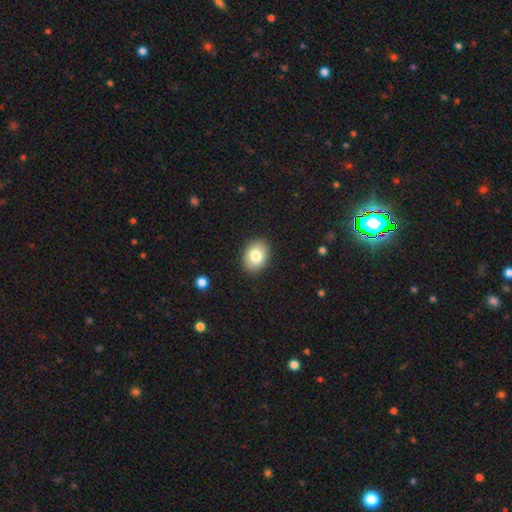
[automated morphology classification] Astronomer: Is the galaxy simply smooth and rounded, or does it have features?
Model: smooth — 81%.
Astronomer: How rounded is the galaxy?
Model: in between — 72%.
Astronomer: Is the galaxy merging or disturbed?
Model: none — 89%.